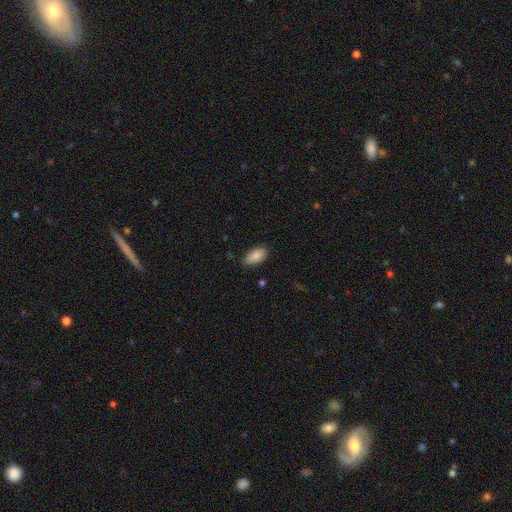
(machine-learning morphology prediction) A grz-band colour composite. It shows a smooth galaxy with no disk features (87%) that is in between round and cigar-shaped (94%). Merging: none (85%).